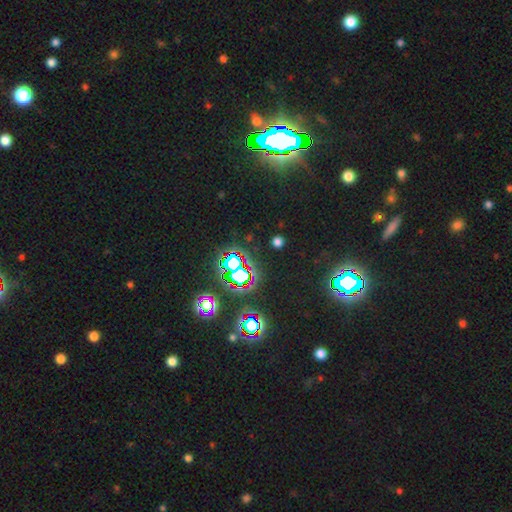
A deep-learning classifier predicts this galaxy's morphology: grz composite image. It shows a star or artifact, not a galaxy (81%).